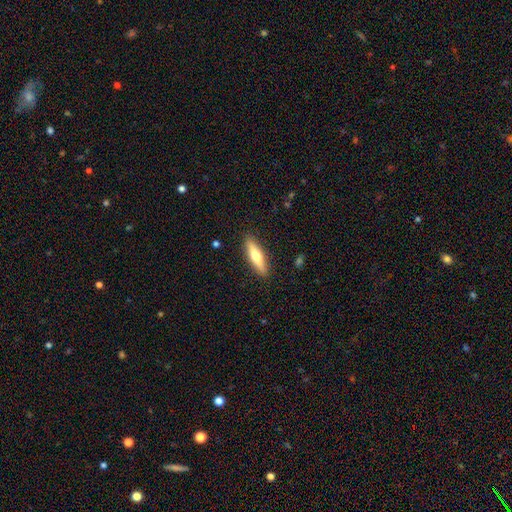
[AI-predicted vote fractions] smooth 55%, featured or disk 39%, star or artifact 6%. Down the decision tree: how rounded — cigar-shaped (71%); merging — none (89%).